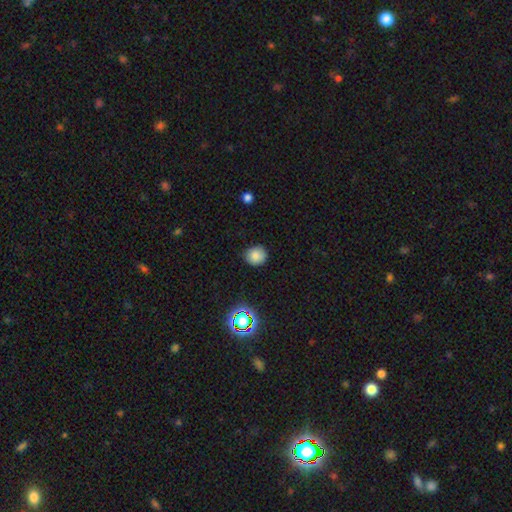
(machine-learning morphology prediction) Smooth or featured?
  - smooth: 81% *
  - star or artifact: 13%
  - featured or disk: 6%
How rounded?
  - round: 81% *
  - in between: 18%
  - cigar-shaped: 1%
Merging?
  - none: 85% *
  - minor disturbance: 12%
  - major disturbance: 3%
  - merger: 1%